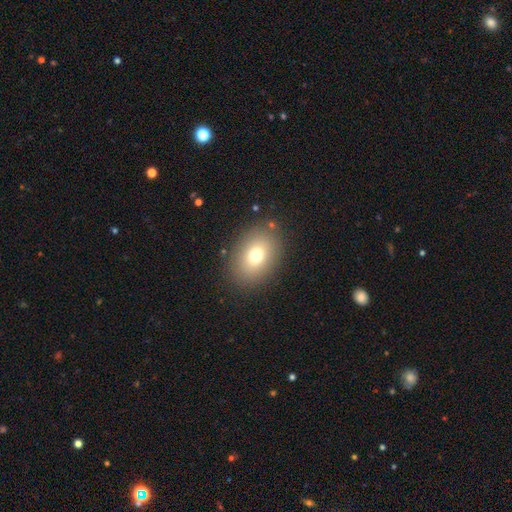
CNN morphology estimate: smooth 75%, featured or disk 13%, star or artifact 12%. Down the decision tree: how rounded — in between (73%); merging — none (85%).